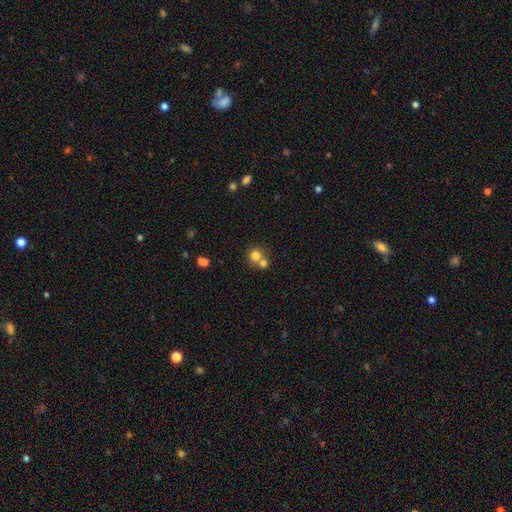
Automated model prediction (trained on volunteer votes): smooth_or_featured: smooth (p=0.77) [alt: star or artifact p=0.12]
how_rounded: round (p=0.85) [alt: in between p=0.14]
merging: merger (p=0.48) [alt: none p=0.43]